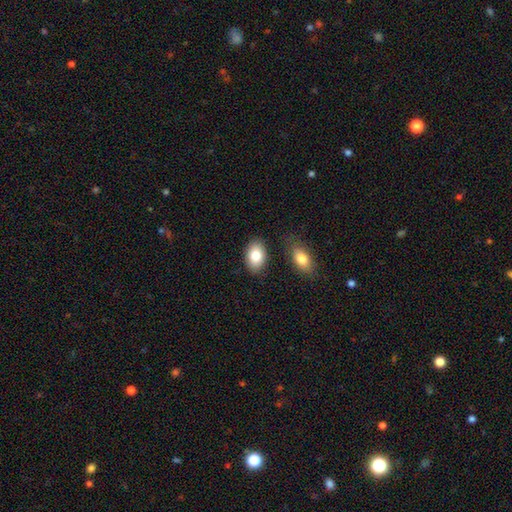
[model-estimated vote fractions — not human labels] This appears to be a smooth galaxy with no disk features (83%) that is in between round and cigar-shaped (90%). Merging: none (81%).